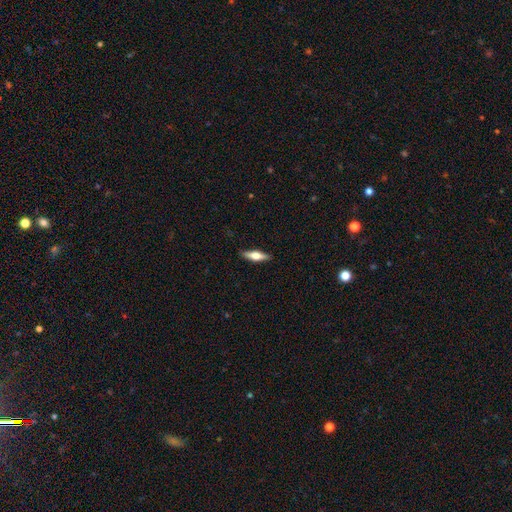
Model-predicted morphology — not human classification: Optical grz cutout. It shows a smooth galaxy with no disk features (49%). Merging: none (89%).